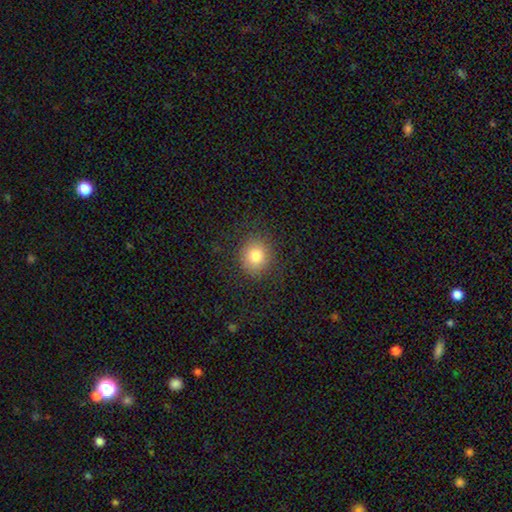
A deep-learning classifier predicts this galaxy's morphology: Q: Smooth or featured?
A: smooth (82%); runner-up: star or artifact (11%)
Q: How rounded?
A: round (85%); runner-up: in between (14%)
Q: Merging?
A: none (87%); runner-up: minor disturbance (8%)